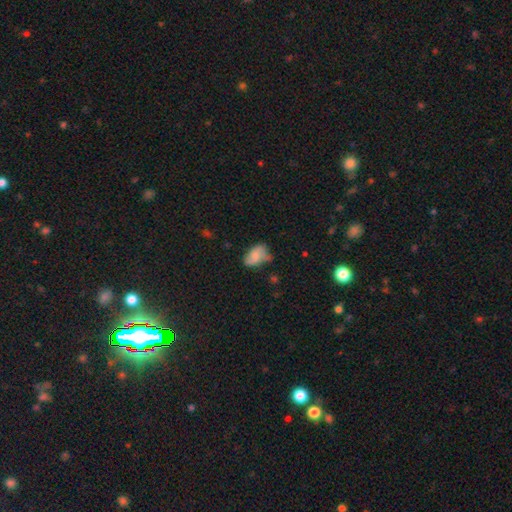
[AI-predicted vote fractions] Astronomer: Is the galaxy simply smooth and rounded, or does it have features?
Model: smooth — 59%.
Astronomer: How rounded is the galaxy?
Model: in between — 88%.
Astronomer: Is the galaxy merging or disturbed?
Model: none — 42% (runner-up: minor disturbance, 36%).